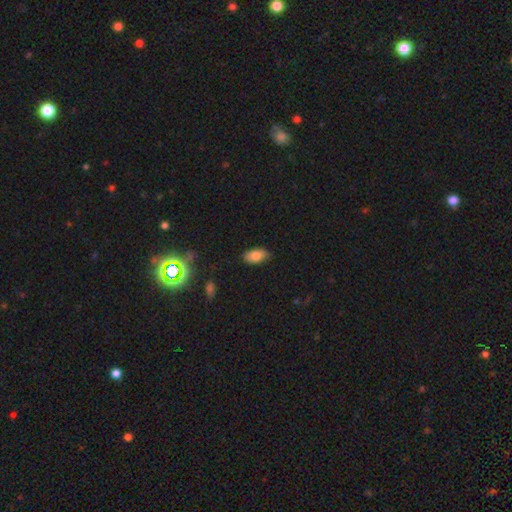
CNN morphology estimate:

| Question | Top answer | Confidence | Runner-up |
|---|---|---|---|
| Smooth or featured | smooth | 82% | featured or disk (9%) |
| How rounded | in between | 93% | round (4%) |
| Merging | none | 81% | minor disturbance (15%) |